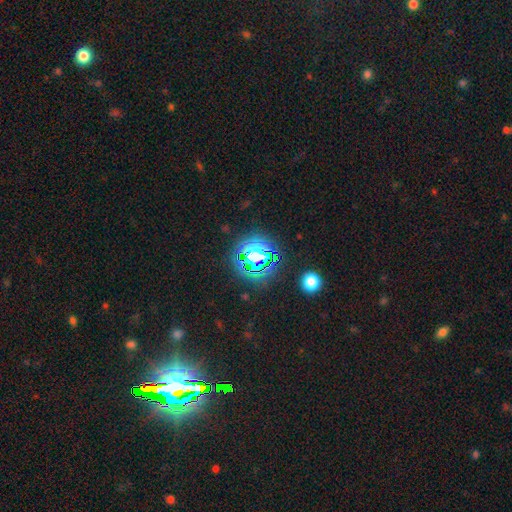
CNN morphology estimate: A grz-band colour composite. It shows a star or artifact, not a galaxy (70%).